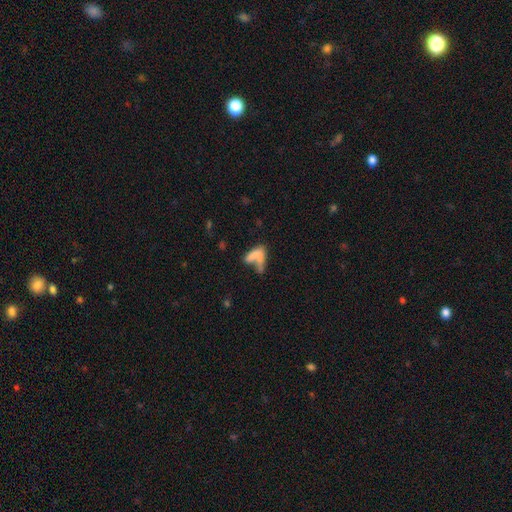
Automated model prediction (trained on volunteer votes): Smooth or featured?
  - smooth: 62% *
  - featured or disk: 27%
  - star or artifact: 11%
How rounded?
  - in between: 67% *
  - cigar-shaped: 26%
  - round: 6%
Merging?
  - merger: 31% *
  - major disturbance: 29%
  - none: 26%
  - minor disturbance: 14%